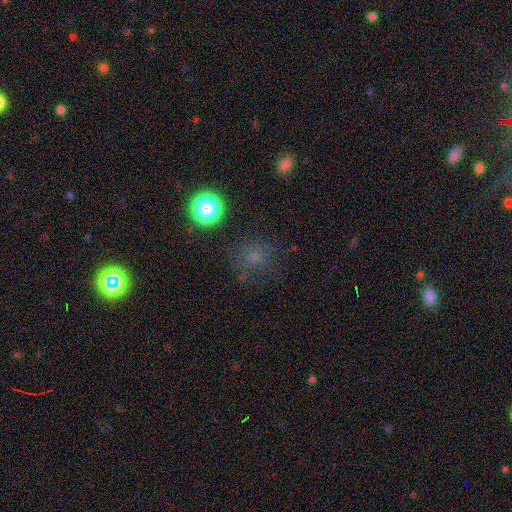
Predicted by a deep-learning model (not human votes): smooth 63%, star or artifact 28%, featured or disk 9%. Down the decision tree: how rounded — round (87%); merging — none (76%).